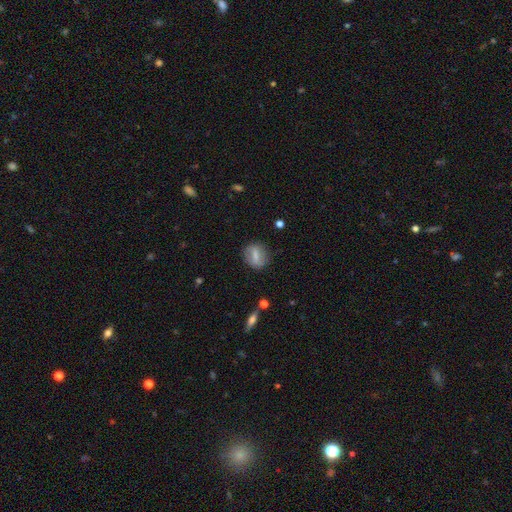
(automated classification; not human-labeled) A smooth galaxy with no disk features (59%) that is round (51%). Merging: none (78%).